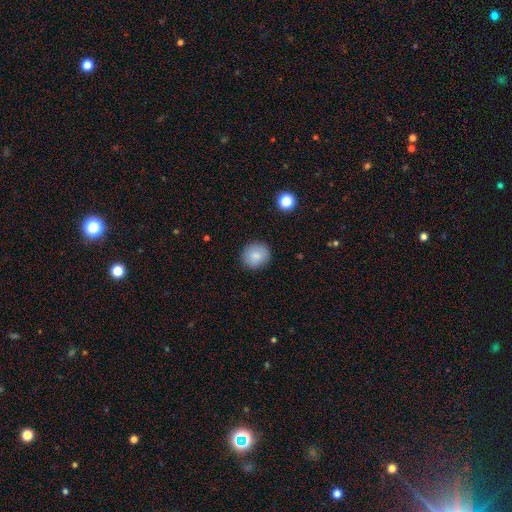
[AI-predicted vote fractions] A smooth galaxy with no disk features (85%) that is round (85%).

Vote fractions:
- Smooth or featured? smooth: 85% / star or artifact: 8% / featured or disk: 7%
- How rounded? round: 85% / in between: 14% / cigar-shaped: 1%
- Merging? none: 89% / minor disturbance: 8% / major disturbance: 2% / merger: 1%